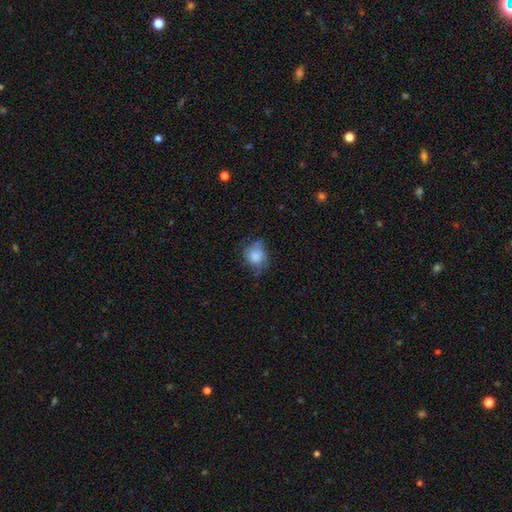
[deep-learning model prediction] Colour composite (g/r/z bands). It shows a smooth galaxy with no disk features (76%) that is round (62%). Merging: none (49%).